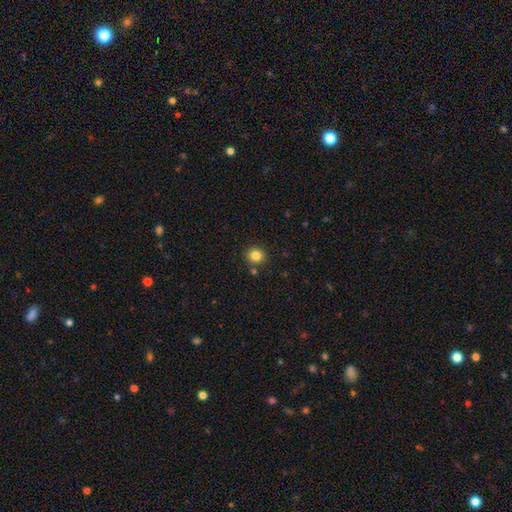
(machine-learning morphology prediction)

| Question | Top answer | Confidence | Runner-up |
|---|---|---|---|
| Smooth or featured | smooth | 83% | star or artifact (12%) |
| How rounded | round | 87% | in between (12%) |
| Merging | none | 86% | minor disturbance (7%) |